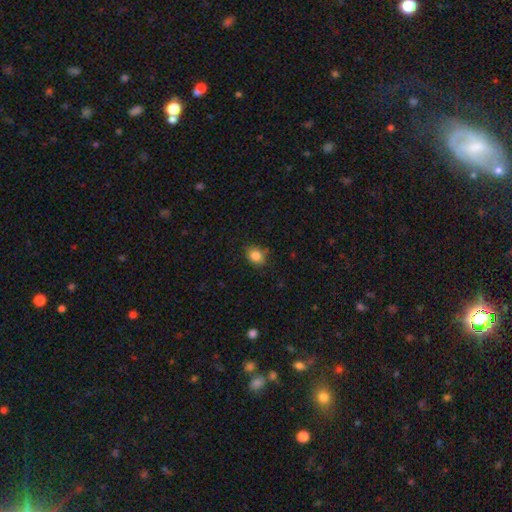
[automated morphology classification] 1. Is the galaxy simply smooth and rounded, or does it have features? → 85% smooth, 10% star or artifact, 5% featured or disk.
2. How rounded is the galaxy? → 52% round, 47% in between, 1% cigar-shaped.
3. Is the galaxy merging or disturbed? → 79% none, 16% minor disturbance, 3% major disturbance, 2% merger.